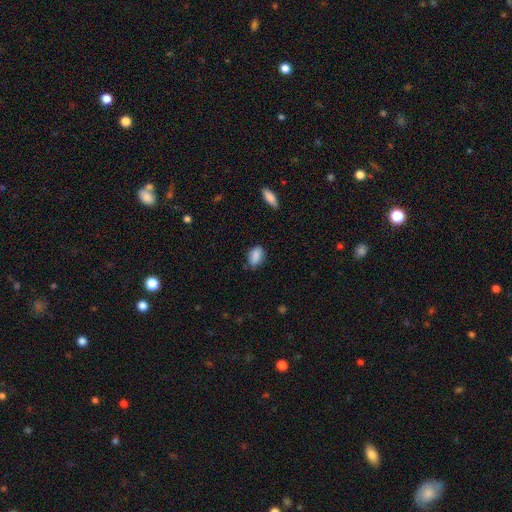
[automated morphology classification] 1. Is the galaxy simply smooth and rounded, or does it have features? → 88% smooth, 7% star or artifact, 5% featured or disk.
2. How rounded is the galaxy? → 87% in between, 12% round, 2% cigar-shaped.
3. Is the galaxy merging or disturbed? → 73% none, 22% minor disturbance, 4% major disturbance, 2% merger.